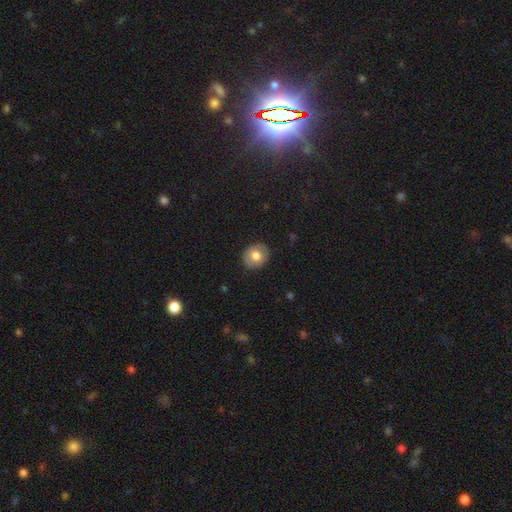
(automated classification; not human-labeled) A smooth galaxy with no disk features (72%) that is round (74%). Merging: none (88%).